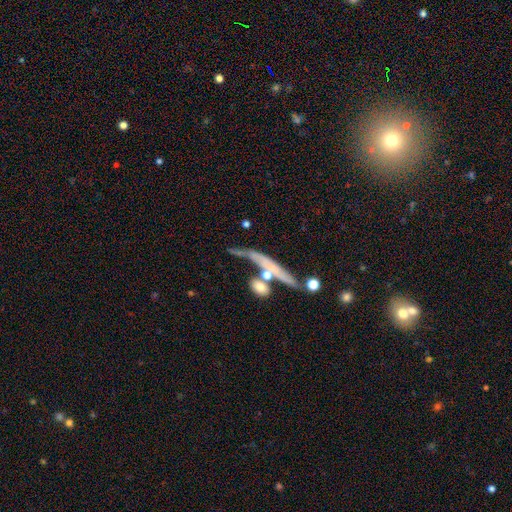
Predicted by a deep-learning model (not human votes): smooth-or-featured: featured or disk: 47% | smooth: 43% | star or artifact: 10%
  merging: none: 45% | minor disturbance: 21% | merger: 19% | major disturbance: 14%